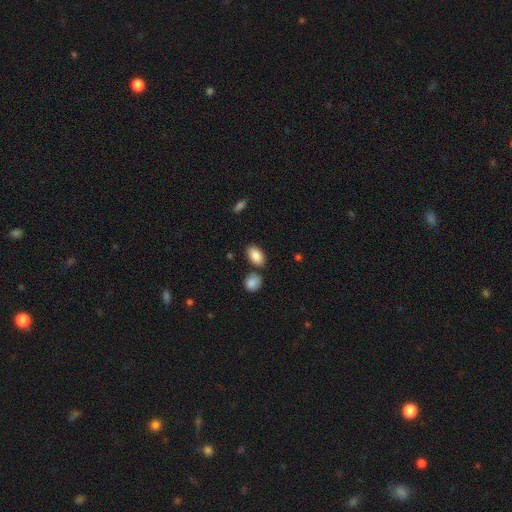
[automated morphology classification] Smooth or featured? Predicted: smooth (p=0.87). How rounded? Predicted: in between (p=0.92). Merging? Predicted: none (p=0.73).